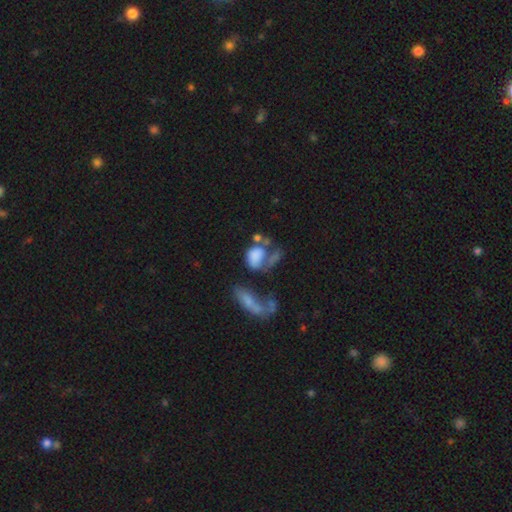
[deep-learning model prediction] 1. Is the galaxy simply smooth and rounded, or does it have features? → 66% smooth, 24% featured or disk, 10% star or artifact.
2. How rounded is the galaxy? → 70% in between, 28% round, 3% cigar-shaped.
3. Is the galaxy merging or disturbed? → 40% merger, 31% major disturbance, 17% none, 12% minor disturbance.